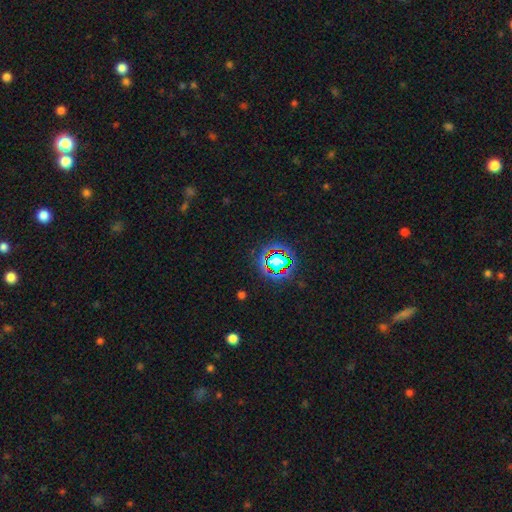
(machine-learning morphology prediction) Overall: star or artifact (77%).